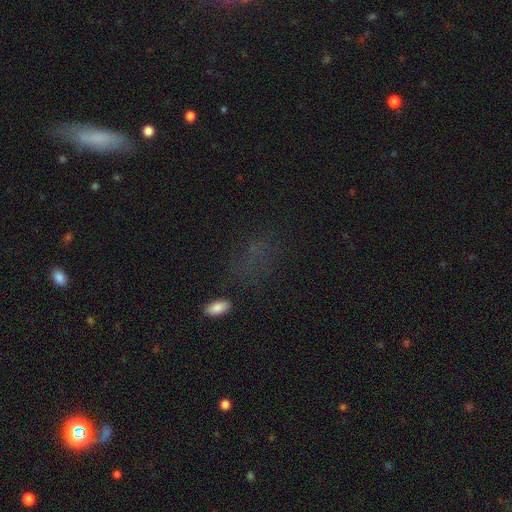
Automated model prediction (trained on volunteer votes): Smooth or featured? Predicted: smooth (p=0.46). Merging? Predicted: none (p=0.58).